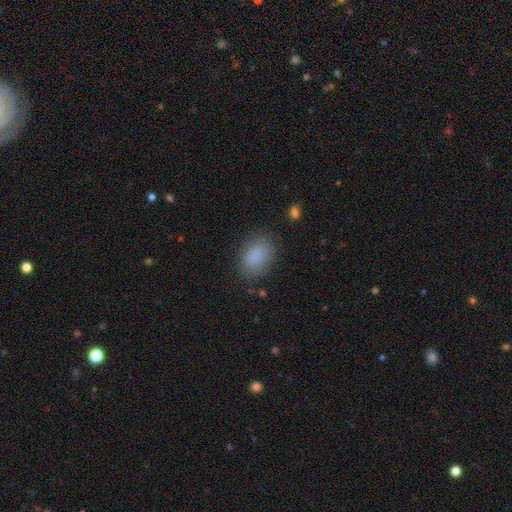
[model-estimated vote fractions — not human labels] Smooth or featured? Predicted: smooth (p=0.86). How rounded? Predicted: in between (p=0.81). Merging? Predicted: none (p=0.81).